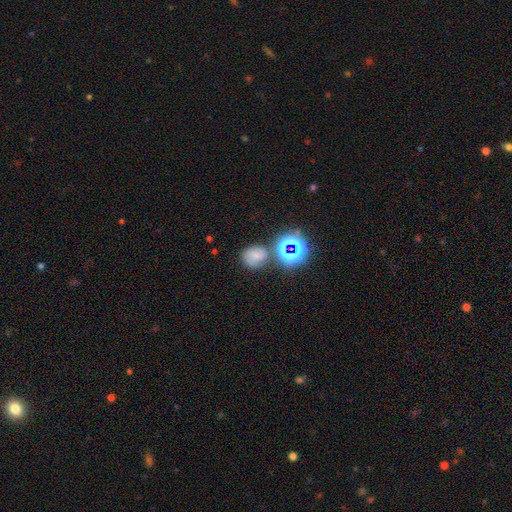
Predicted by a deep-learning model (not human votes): Smooth or featured? Predicted: smooth (p=0.52). How rounded? Predicted: round (p=0.65). Merging? Predicted: none (p=0.59).